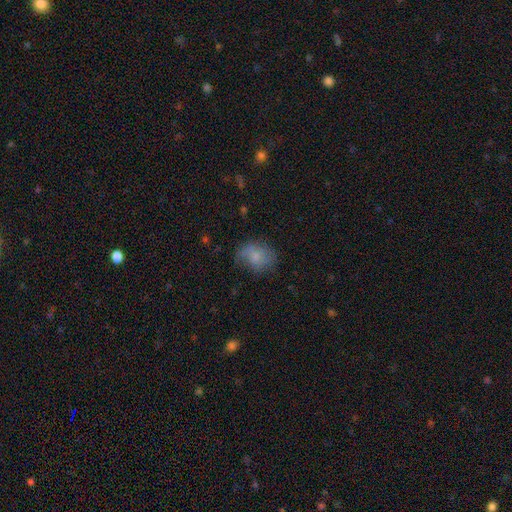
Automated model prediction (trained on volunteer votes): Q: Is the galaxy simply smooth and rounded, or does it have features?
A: smooth — 70%.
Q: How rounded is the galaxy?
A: in between — 52%.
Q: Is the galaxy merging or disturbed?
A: none — 54%.